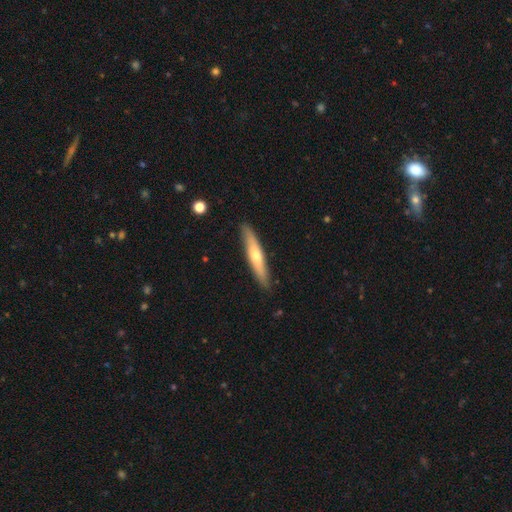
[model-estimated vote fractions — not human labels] Smooth or featured?
  - featured or disk: 48% *
  - smooth: 46%
  - star or artifact: 6%
Merging?
  - none: 89% *
  - minor disturbance: 8%
  - major disturbance: 1%
  - merger: 1%